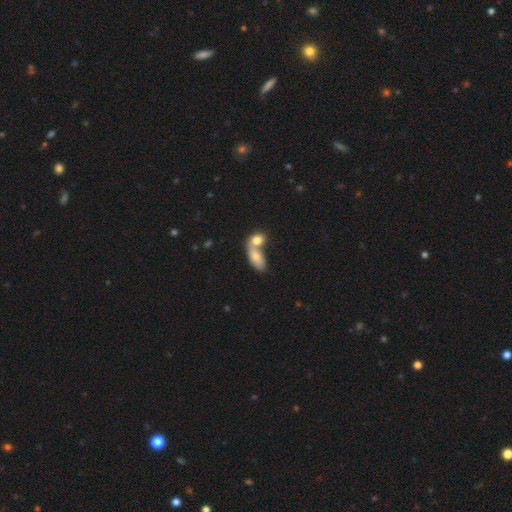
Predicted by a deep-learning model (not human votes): Smooth or featured: smooth — 74% (featured or disk — 19%)
How rounded: in between — 83% (cigar-shaped — 9%)
Merging: merger — 69% (none — 21%)